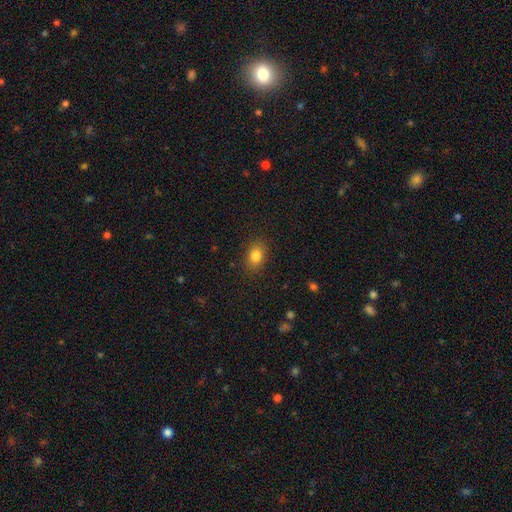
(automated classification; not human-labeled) This is clearly a smooth galaxy (83%). How rounded: likely in between (72%). Merging: clearly none (87%).